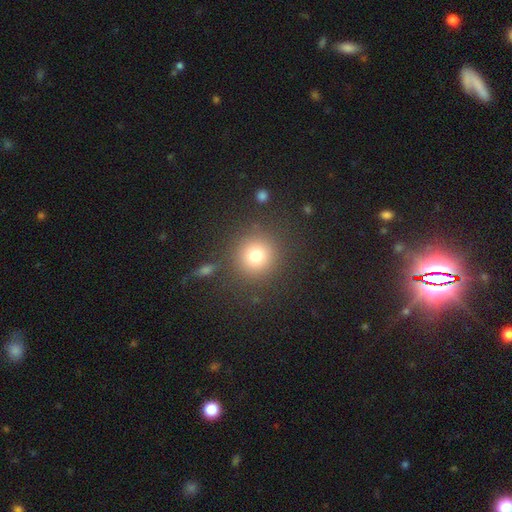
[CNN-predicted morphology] Q: Smooth or featured?
A: smooth (78%); runner-up: star or artifact (14%)
Q: How rounded?
A: round (92%); runner-up: in between (7%)
Q: Merging?
A: none (86%); runner-up: minor disturbance (7%)